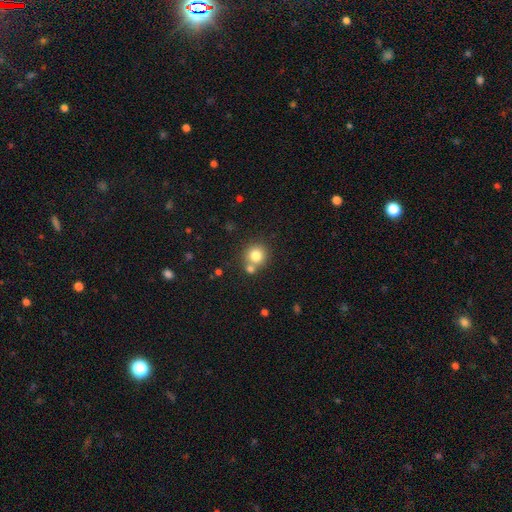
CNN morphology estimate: A smooth galaxy with no disk features (80%) that is round (91%). Merging: none (64%).